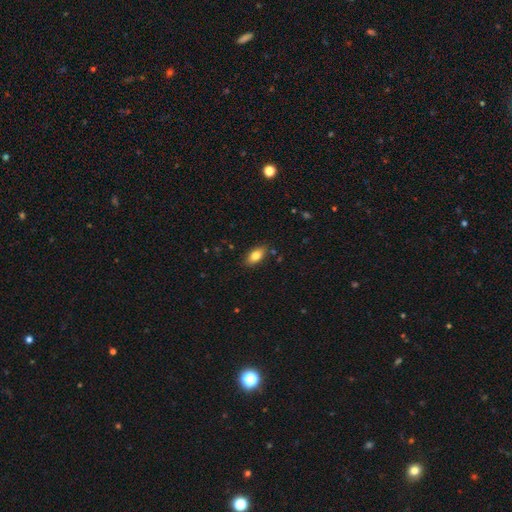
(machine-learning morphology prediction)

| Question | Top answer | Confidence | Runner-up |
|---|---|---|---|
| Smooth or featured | smooth | 80% | featured or disk (12%) |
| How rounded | in between | 89% | cigar-shaped (7%) |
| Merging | none | 85% | minor disturbance (11%) |